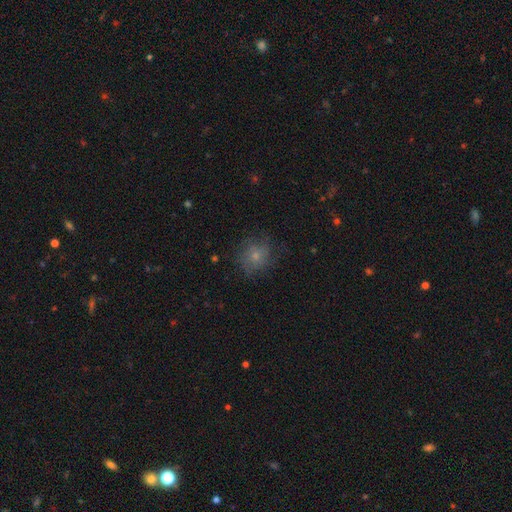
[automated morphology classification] smooth_or_featured: smooth (p=0.70) [alt: featured or disk p=0.19]
how_rounded: round (p=0.82) [alt: in between p=0.17]
merging: none (p=0.70) [alt: minor disturbance p=0.19]